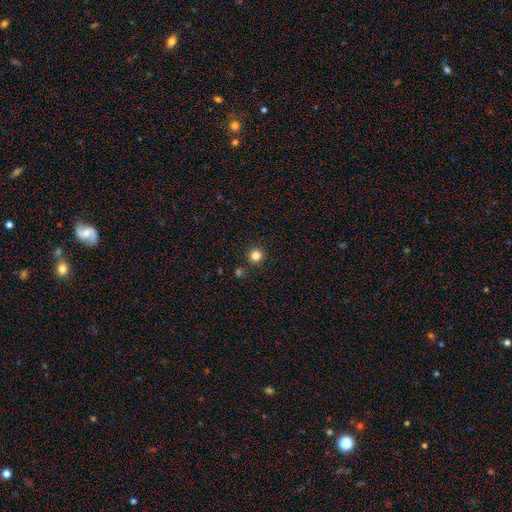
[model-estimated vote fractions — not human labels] Smooth or featured: smooth — 83% (star or artifact — 13%)
How rounded: round — 96% (in between — 3%)
Merging: none — 90% (minor disturbance — 5%)